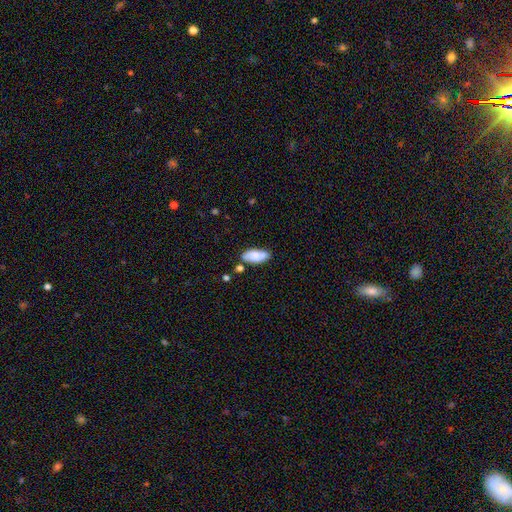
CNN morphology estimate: smooth-or-featured: smooth: 80% | featured or disk: 13% | star or artifact: 7%
  how-rounded: in between: 84% | cigar-shaped: 13% | round: 2%
  merging: none: 63% | minor disturbance: 19% | merger: 13% | major disturbance: 5%